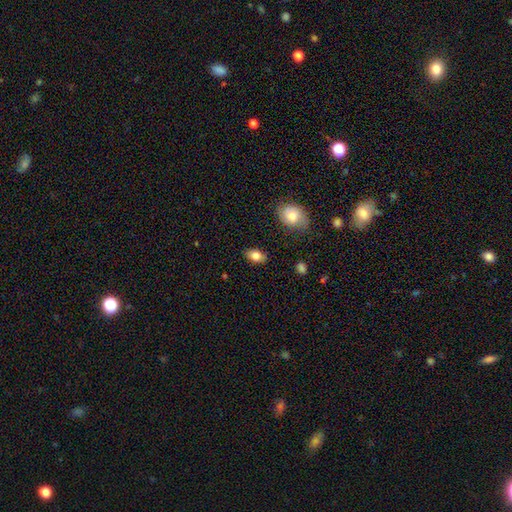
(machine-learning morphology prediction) This appears to be a smooth galaxy with no disk features (80%) that is in between round and cigar-shaped (88%). Merging: none (86%).